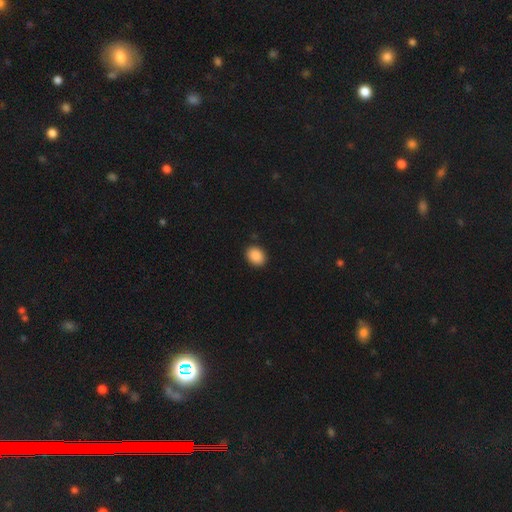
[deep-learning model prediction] The model was most divided on "how rounded": in between: 63%, round: 36%, cigar-shaped: 1%. More confident: merging — none (90%); smooth or featured — smooth (89%).